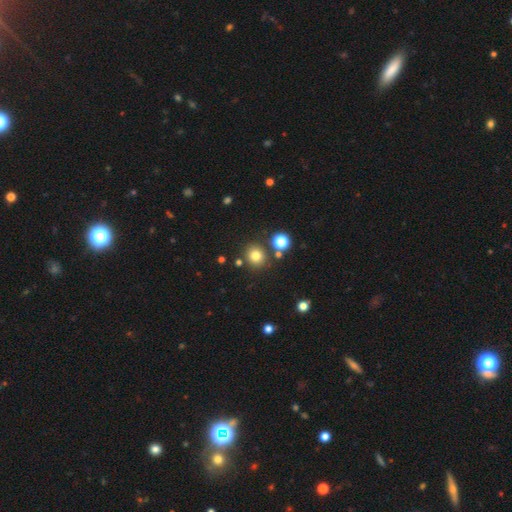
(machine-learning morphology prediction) Smooth or featured: smooth — 79% (star or artifact — 15%)
How rounded: round — 84% (in between — 15%)
Merging: none — 82% (minor disturbance — 8%)